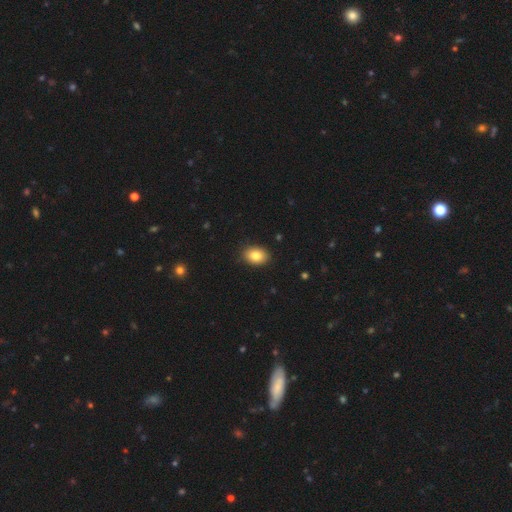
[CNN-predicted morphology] Overall: smooth (84%). How rounded: in between (77%). Merging: none (89%).